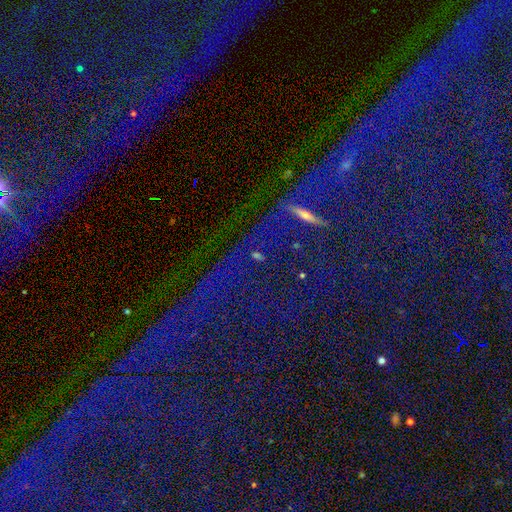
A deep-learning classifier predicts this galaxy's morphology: Overall: star or artifact (77%).